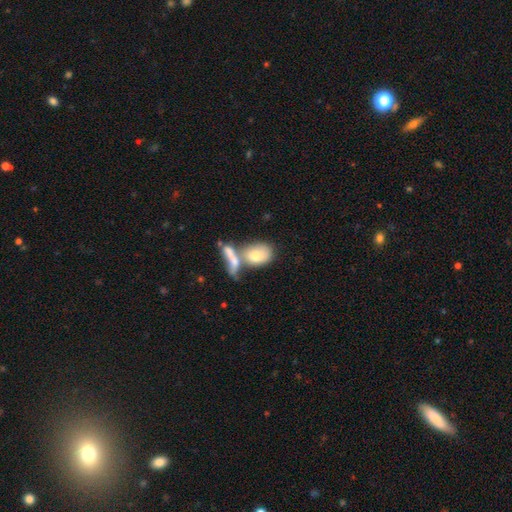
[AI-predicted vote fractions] Smooth or featured? smooth (71%)
How rounded? in between (71%)
Merging? merger (56%)